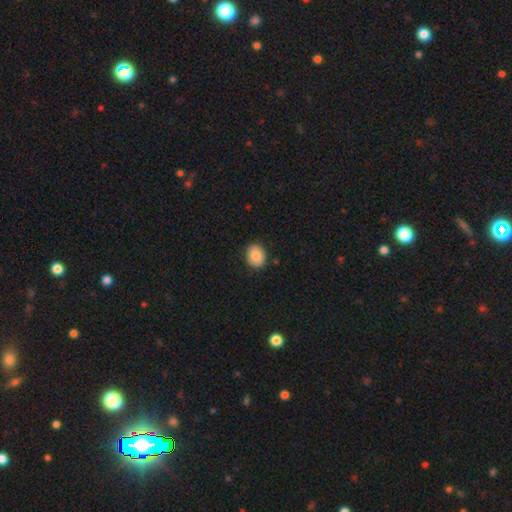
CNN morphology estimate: Smooth or featured?
  - smooth: 84% *
  - featured or disk: 8%
  - star or artifact: 8%
How rounded?
  - round: 58% *
  - in between: 42%
  - cigar-shaped: 1%
Merging?
  - none: 86% *
  - minor disturbance: 11%
  - major disturbance: 2%
  - merger: 1%